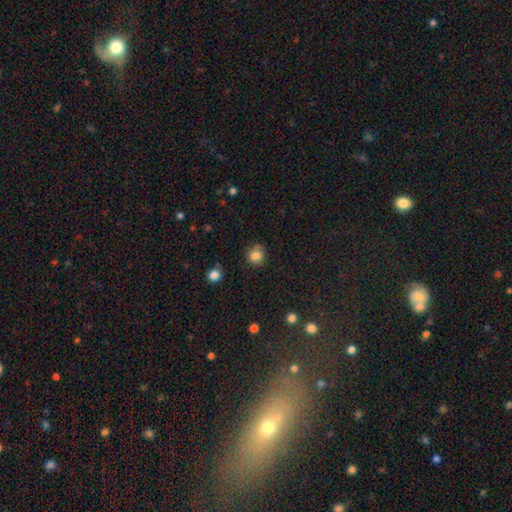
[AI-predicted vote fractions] Q: Smooth or featured?
A: smooth (83%); runner-up: star or artifact (11%)
Q: How rounded?
A: round (84%); runner-up: in between (15%)
Q: Merging?
A: none (75%); runner-up: minor disturbance (18%)